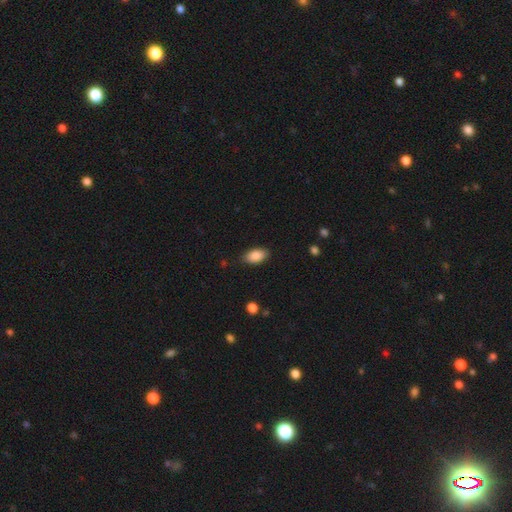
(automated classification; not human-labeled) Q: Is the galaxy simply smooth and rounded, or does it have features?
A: smooth — 88%.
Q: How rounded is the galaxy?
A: in between — 93%.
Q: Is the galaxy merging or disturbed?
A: none — 85%.